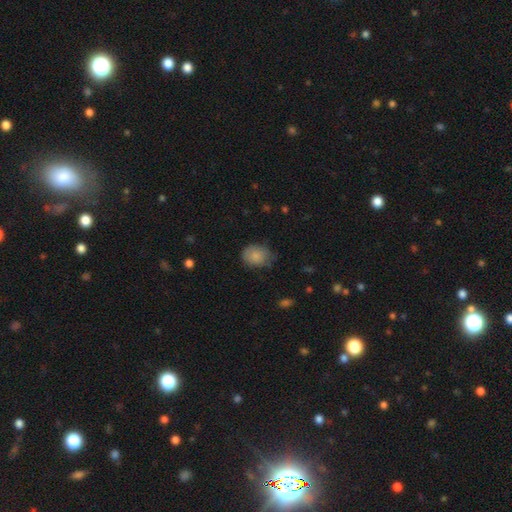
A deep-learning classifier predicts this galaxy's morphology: Smooth or featured? smooth (82%)
How rounded? in between (51%)
Merging? none (63%)